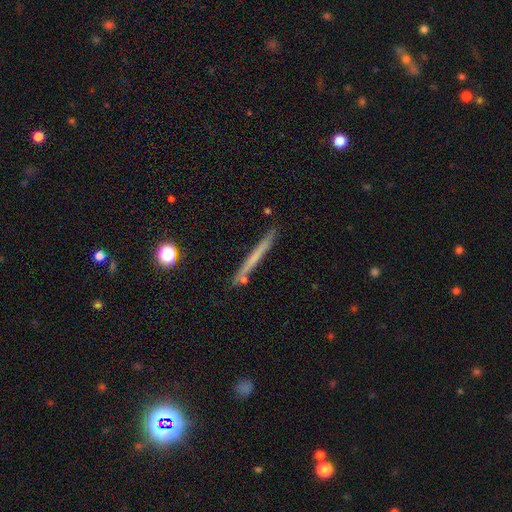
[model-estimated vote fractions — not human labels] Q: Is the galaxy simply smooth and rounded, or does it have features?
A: smooth — 53%.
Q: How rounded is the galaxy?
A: cigar-shaped — 97%.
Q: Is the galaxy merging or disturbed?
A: none — 84%.